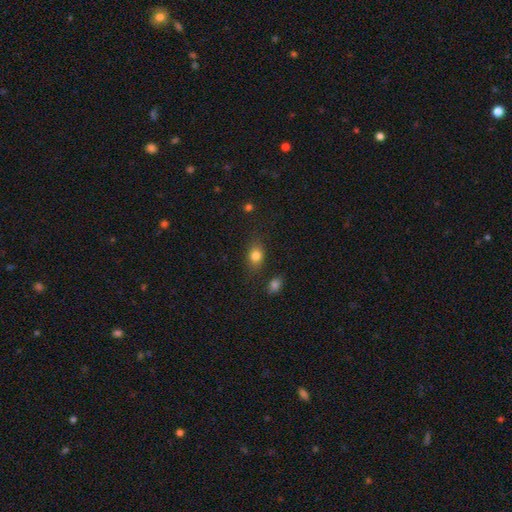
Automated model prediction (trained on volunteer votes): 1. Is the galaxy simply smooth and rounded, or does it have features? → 81% smooth, 11% star or artifact, 8% featured or disk.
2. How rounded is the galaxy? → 63% in between, 34% round, 2% cigar-shaped.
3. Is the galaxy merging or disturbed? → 78% none, 14% minor disturbance, 4% major disturbance, 4% merger.